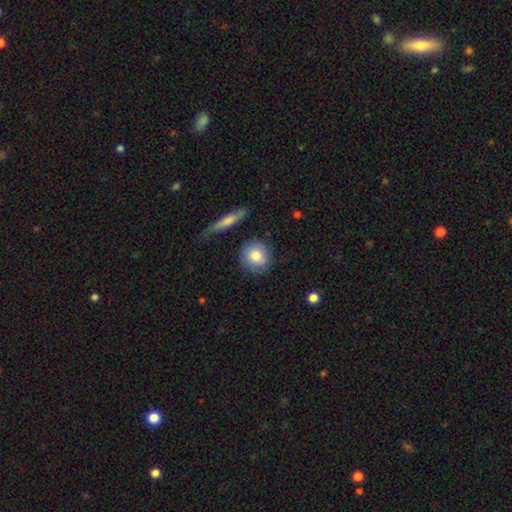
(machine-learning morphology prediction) Smooth or featured: smooth — 78% (featured or disk — 16%)
How rounded: round — 86% (in between — 12%)
Merging: none — 77% (minor disturbance — 15%)